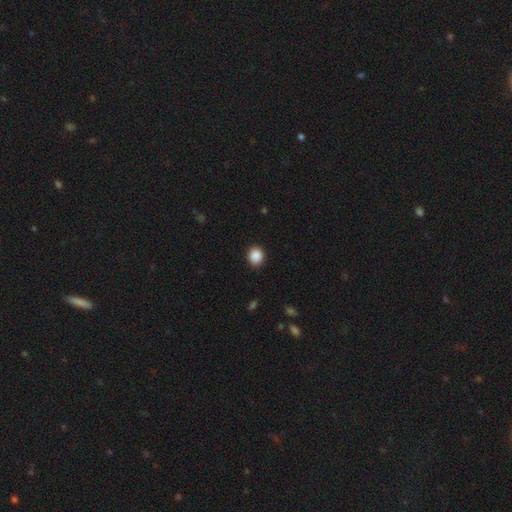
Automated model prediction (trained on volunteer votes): This is clearly a smooth galaxy (89%). How rounded: likely round (77%). Merging: clearly none (91%).